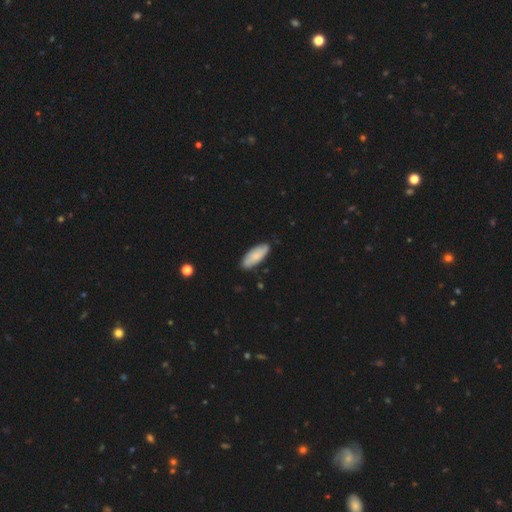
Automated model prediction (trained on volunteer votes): This appears to be a smooth galaxy with no disk features (74%) that is in between round and cigar-shaped (77%). Merging: none (83%).